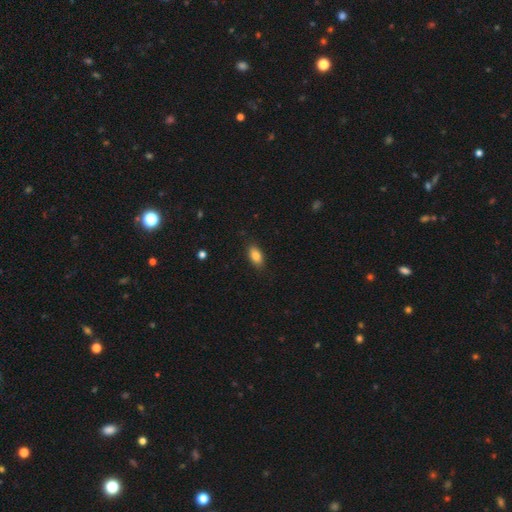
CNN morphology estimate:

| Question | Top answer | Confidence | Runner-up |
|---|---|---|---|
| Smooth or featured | smooth | 84% | featured or disk (8%) |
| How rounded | in between | 90% | round (5%) |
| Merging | none | 86% | minor disturbance (10%) |